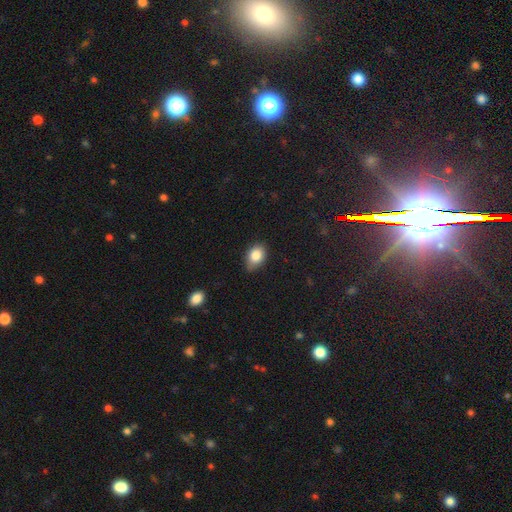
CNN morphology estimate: This is clearly a smooth galaxy (83%). How rounded: likely in between (75%). Merging: likely none (69%).